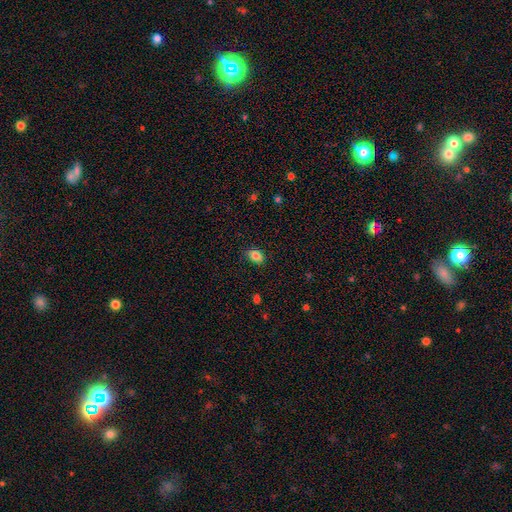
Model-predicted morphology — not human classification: Smooth or featured?
  - smooth: 85% *
  - star or artifact: 9%
  - featured or disk: 6%
How rounded?
  - in between: 82% *
  - round: 17%
  - cigar-shaped: 2%
Merging?
  - none: 83% *
  - minor disturbance: 13%
  - major disturbance: 3%
  - merger: 1%